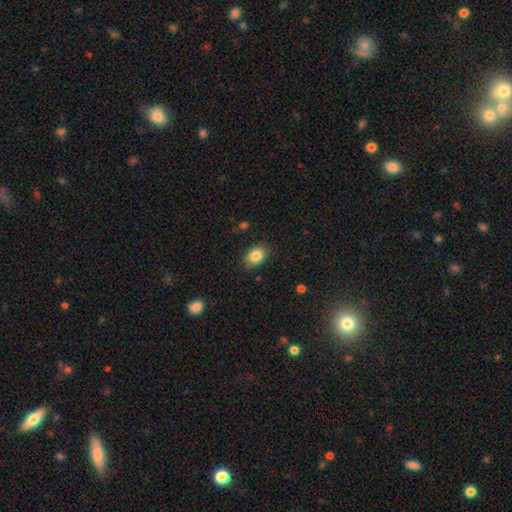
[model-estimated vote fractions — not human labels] A smooth galaxy with no disk features (85%) that is in between round and cigar-shaped (74%). Merging: none (85%).